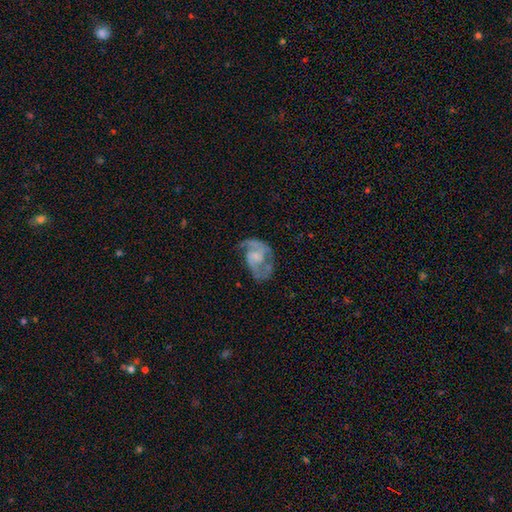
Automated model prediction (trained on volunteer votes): Q: Smooth or featured?
A: featured or disk (79%); runner-up: smooth (15%)
Q: Edge-on disk?
A: no (98%); runner-up: yes (2%)
Q: Bar?
A: no (57%); runner-up: weak (36%)
Q: Spiral arms?
A: yes (89%); runner-up: no (11%)
Q: Spiral winding?
A: medium (50%); runner-up: loose (31%)
Q: Spiral arm count?
A: 2 (79%); runner-up: can't tell (8%)
Q: Bulge size?
A: small (39%); runner-up: none (28%)
Q: Merging?
A: none (51%); runner-up: major disturbance (23%)